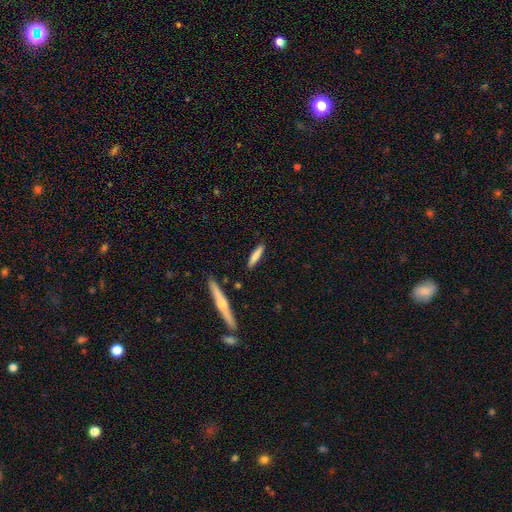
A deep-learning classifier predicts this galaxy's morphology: smooth-or-featured: smooth: 75% | featured or disk: 20% | star or artifact: 6%
  how-rounded: cigar-shaped: 86% | in between: 12% | round: 1%
  merging: none: 87% | minor disturbance: 9% | merger: 3% | major disturbance: 2%